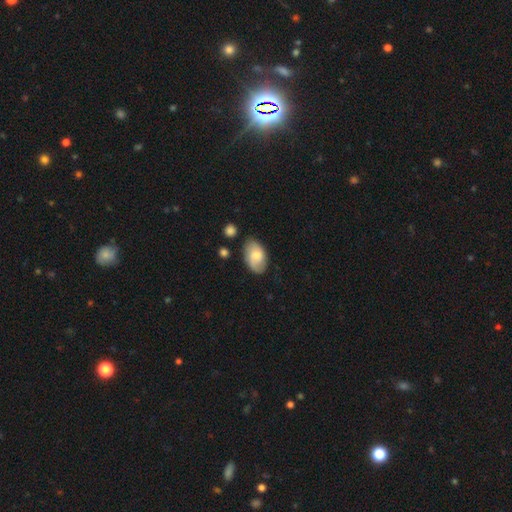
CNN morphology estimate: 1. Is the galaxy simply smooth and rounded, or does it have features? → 69% smooth, 24% featured or disk, 6% star or artifact.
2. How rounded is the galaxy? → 92% in between, 7% round, 1% cigar-shaped.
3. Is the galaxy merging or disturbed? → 75% none, 18% minor disturbance, 4% major disturbance, 3% merger.